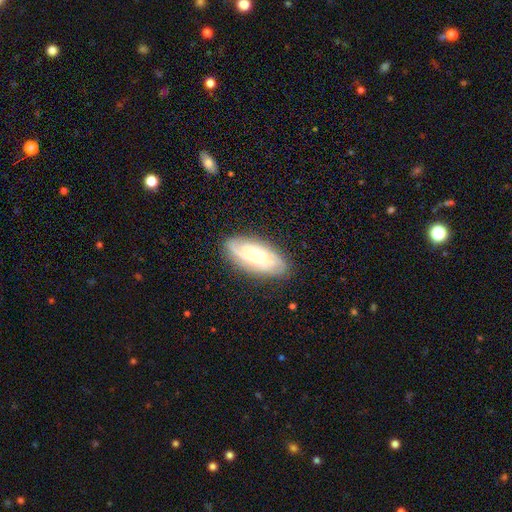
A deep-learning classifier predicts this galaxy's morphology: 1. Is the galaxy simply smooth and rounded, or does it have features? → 67% featured or disk, 26% smooth, 7% star or artifact.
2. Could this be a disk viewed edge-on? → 90% no, 10% yes.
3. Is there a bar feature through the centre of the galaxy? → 73% no, 22% weak, 5% strong.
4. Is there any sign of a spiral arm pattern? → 91% yes, 9% no.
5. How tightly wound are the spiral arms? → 59% tight, 30% medium, 11% loose.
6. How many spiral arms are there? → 37% can't tell, 30% 2, 17% 3, 6% 4, 6% 1, 4% more than 4.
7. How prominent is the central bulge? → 57% small, 35% moderate, 4% large, 2% none, 1% dominant.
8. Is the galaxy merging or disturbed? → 82% none, 14% minor disturbance, 4% major disturbance, 1% merger.